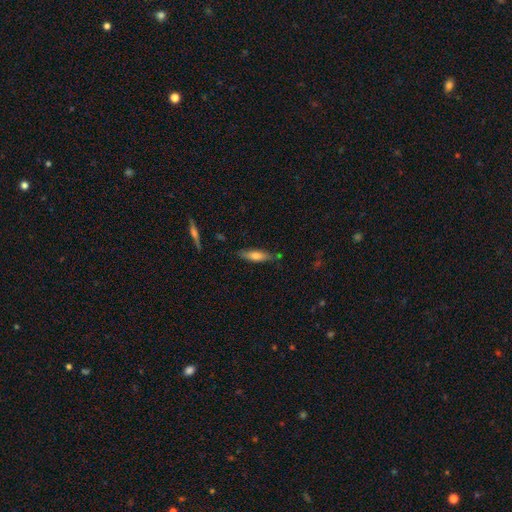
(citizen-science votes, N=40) Smooth or featured?
  - smooth: 70% *
  - featured or disk: 28%
  - star or artifact: 2%
How rounded?
  - cigar-shaped: 61% *
  - in between: 36%
  - round: 4%
Merging?
  - none: 72% *
  - minor disturbance: 26%
  - merger: 3%
  - major disturbance: 0%